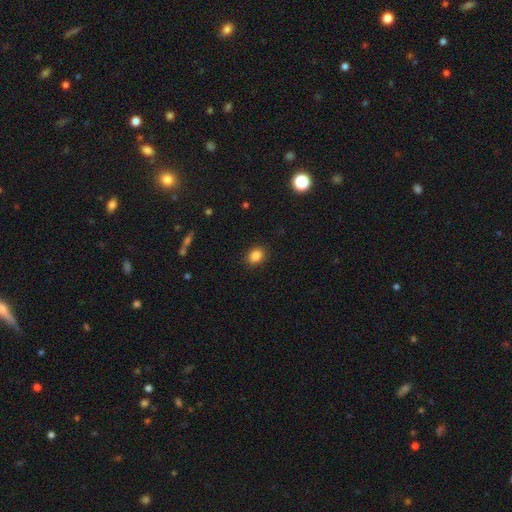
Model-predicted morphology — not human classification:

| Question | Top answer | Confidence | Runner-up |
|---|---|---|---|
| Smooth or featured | smooth | 86% | star or artifact (10%) |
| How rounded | round | 52% | in between (47%) |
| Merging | none | 90% | minor disturbance (7%) |